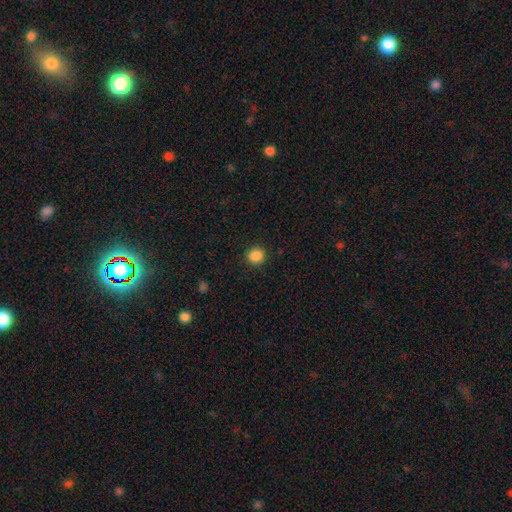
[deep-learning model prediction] smooth-or-featured: smooth: 87% | star or artifact: 10% | featured or disk: 3%
  how-rounded: round: 89% | in between: 10% | cigar-shaped: 1%
  merging: none: 90% | minor disturbance: 6% | major disturbance: 2% | merger: 1%